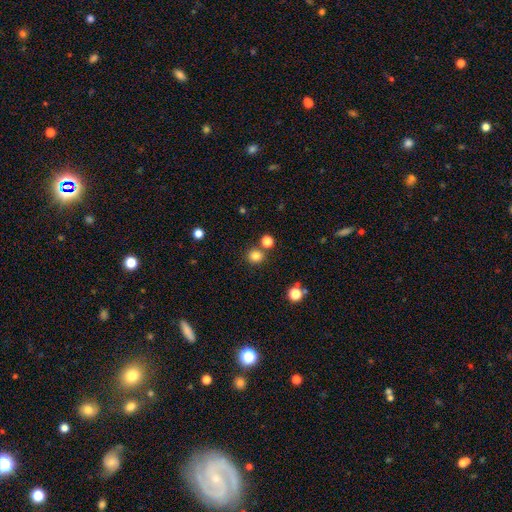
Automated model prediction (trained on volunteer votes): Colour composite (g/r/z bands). It shows a smooth galaxy with no disk features (81%) that is round (89%). Merging: none (81%).